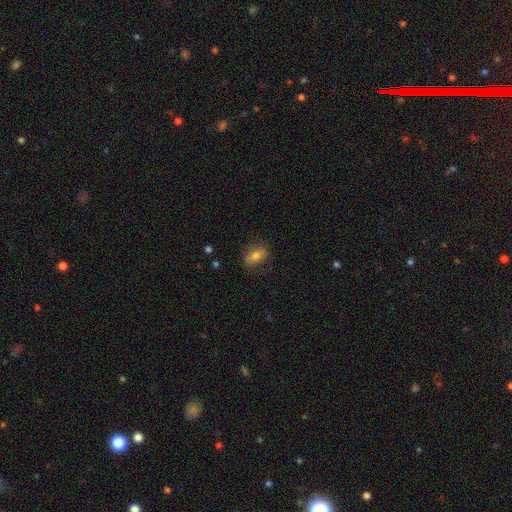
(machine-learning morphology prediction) This appears to be a smooth galaxy with no disk features (67%) that is in between round and cigar-shaped (80%). Merging: none (78%).